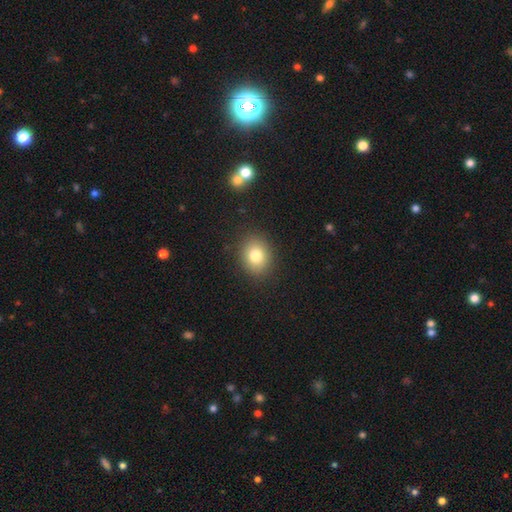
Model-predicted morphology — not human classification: This is likely a smooth galaxy (79%). How rounded: possibly round (60%). Merging: clearly none (88%).